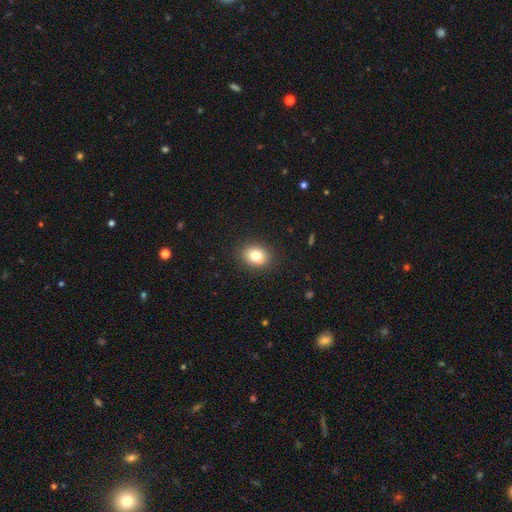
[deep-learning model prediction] Overall: smooth (81%). How rounded: in between (52%; round 47%). Merging: none (89%).